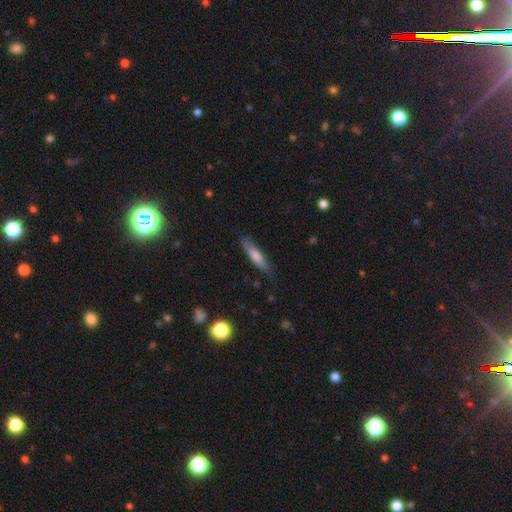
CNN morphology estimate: Overall: smooth (59%; featured or disk 32%). How rounded: cigar-shaped (82%). Merging: none (83%).